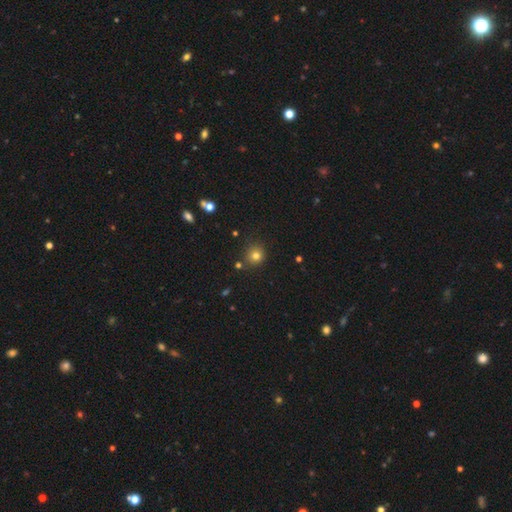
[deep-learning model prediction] smooth-or-featured: smooth: 77% | star or artifact: 16% | featured or disk: 7%
  how-rounded: round: 91% | in between: 8% | cigar-shaped: 1%
  merging: none: 81% | minor disturbance: 10% | merger: 5% | major disturbance: 3%